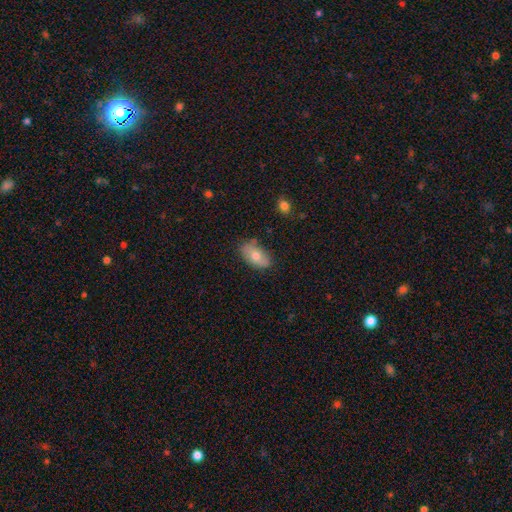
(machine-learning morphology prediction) Overall: smooth (69%). How rounded: in between (92%). Merging: none (80%).